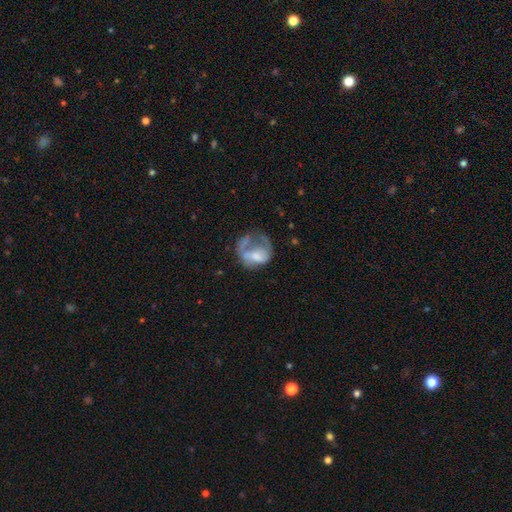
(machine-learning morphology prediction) A featured or disk galaxy (47%). Merging: major disturbance (46%).